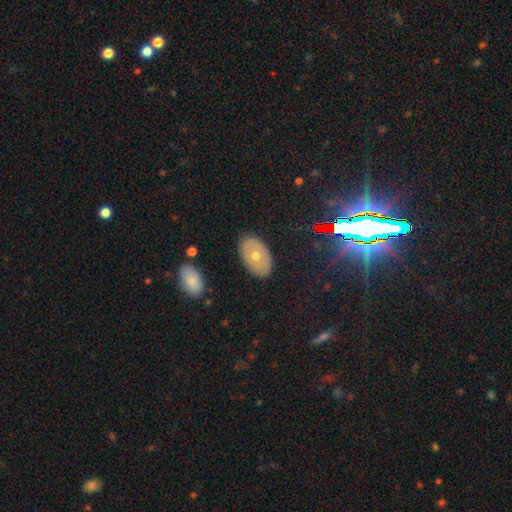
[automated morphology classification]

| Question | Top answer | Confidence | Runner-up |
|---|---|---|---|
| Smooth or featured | smooth | 48% | featured or disk (35%) |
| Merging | none | 85% | minor disturbance (10%) |